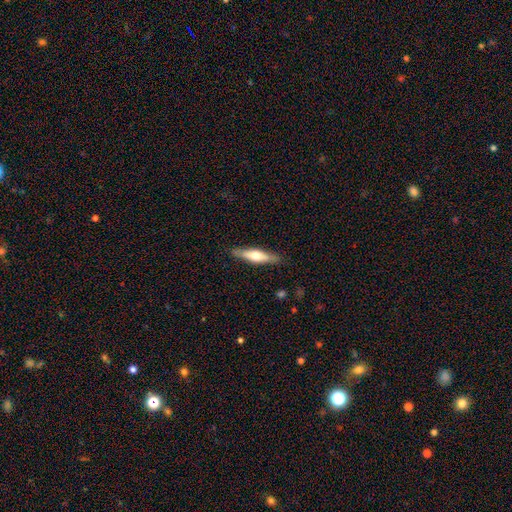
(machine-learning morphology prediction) Smooth or featured: featured or disk — 51% (smooth — 43%)
Edge-on disk: yes — 89% (no — 11%)
Merging: none — 88% (minor disturbance — 9%)